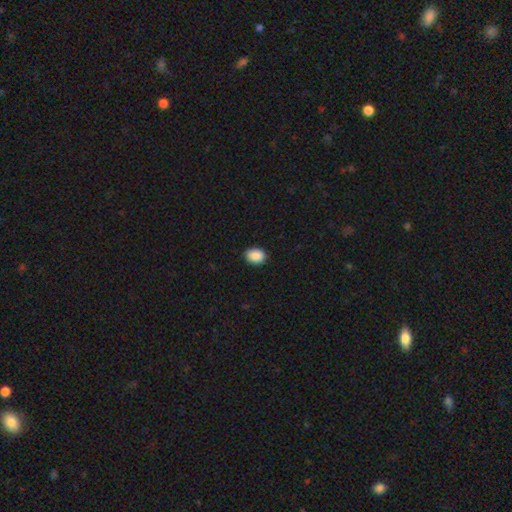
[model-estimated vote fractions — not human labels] smooth-or-featured: smooth: 90% | star or artifact: 8% | featured or disk: 3%
  how-rounded: in between: 69% | round: 30% | cigar-shaped: 1%
  merging: none: 87% | minor disturbance: 10% | major disturbance: 2% | merger: 1%